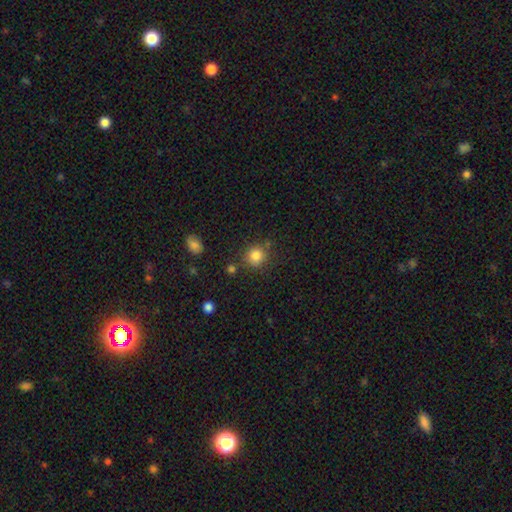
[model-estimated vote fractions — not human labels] This is clearly a smooth galaxy (84%). How rounded: clearly round (88%). Merging: likely none (78%).